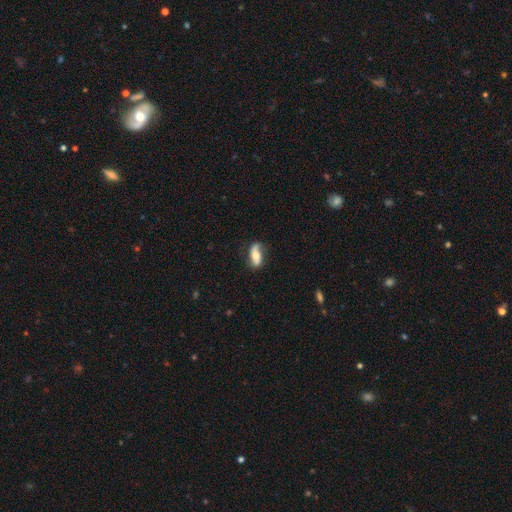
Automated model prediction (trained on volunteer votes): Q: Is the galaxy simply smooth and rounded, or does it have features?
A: featured or disk — 48%.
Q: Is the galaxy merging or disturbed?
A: none — 66%.